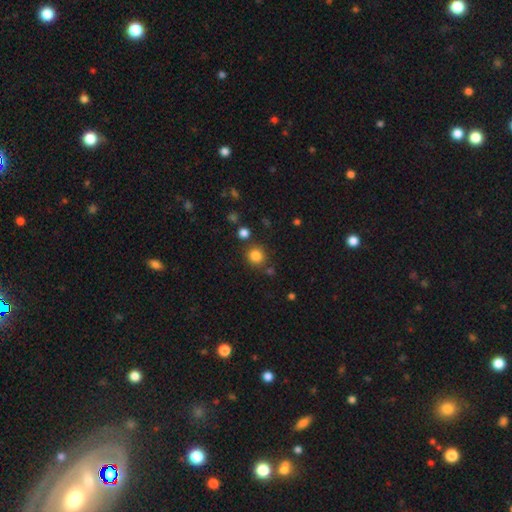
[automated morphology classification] Overall: smooth (83%). How rounded: round (88%). Merging: none (81%).